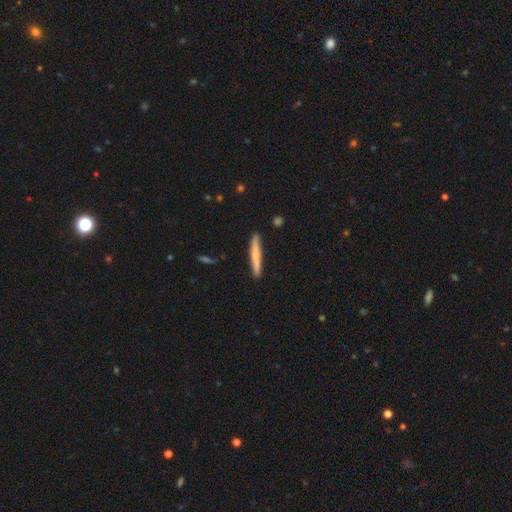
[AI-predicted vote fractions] A smooth galaxy with no disk features (62%) that is cigar-shaped (95%). Merging: none (89%).